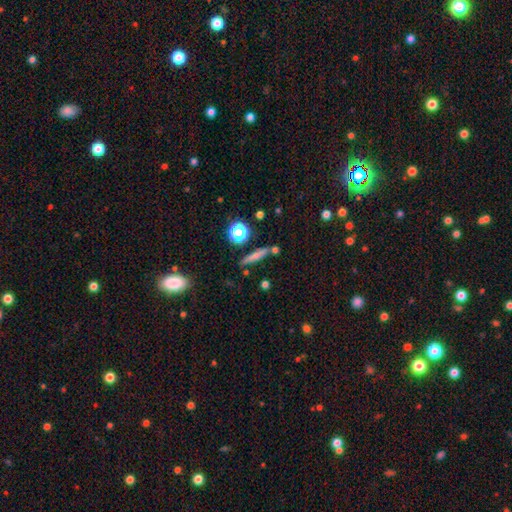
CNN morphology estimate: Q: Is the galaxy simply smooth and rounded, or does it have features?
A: smooth — 64%.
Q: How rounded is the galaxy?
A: cigar-shaped — 82%.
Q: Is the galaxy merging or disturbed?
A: none — 77%.